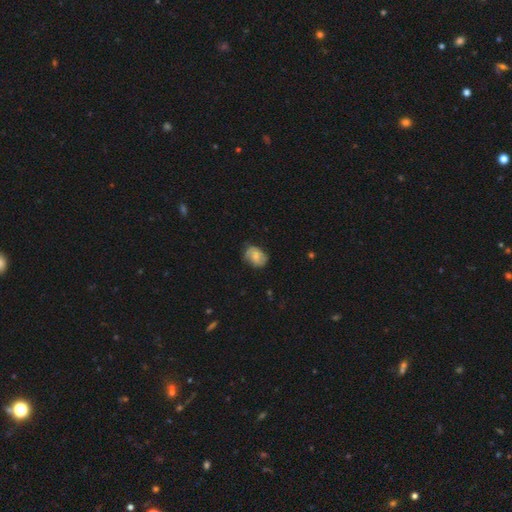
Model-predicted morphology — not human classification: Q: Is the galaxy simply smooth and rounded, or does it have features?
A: smooth — 58%.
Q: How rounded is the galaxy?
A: in between — 64%.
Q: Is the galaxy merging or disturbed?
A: none — 63%.